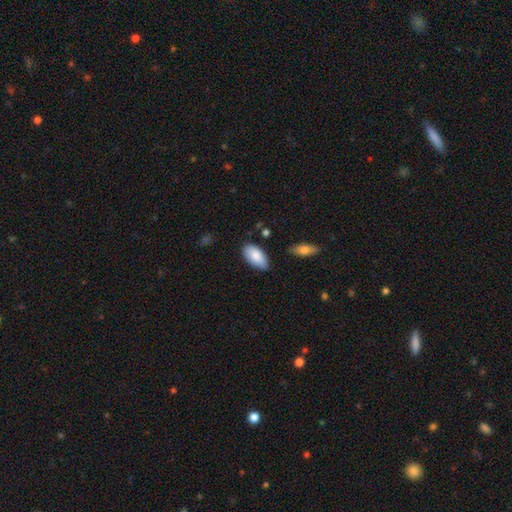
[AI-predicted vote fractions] Morphology: type=smooth (85%); roundness=in between (95%); merging=none (77%).